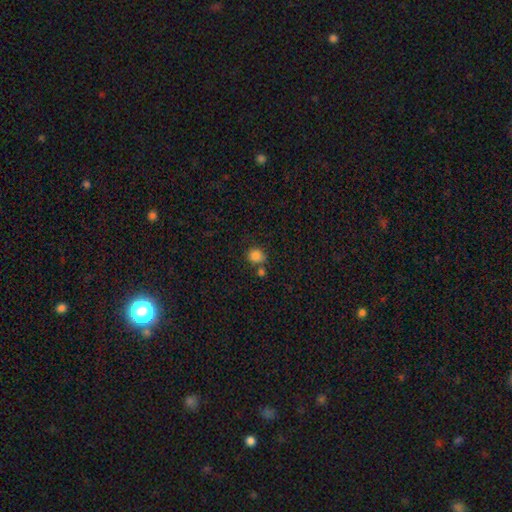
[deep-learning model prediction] This is clearly a smooth galaxy (84%). How rounded: likely round (79%). Merging: likely none (65%).